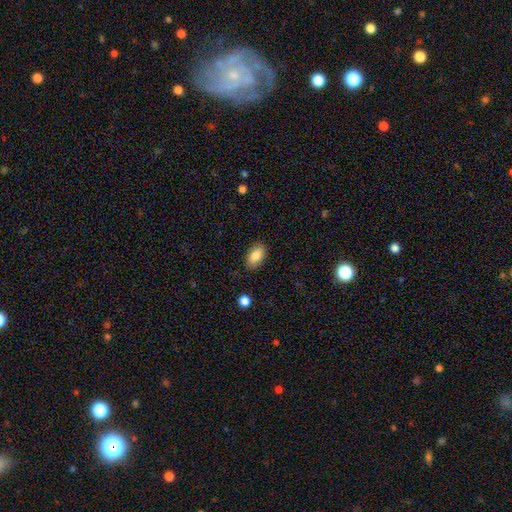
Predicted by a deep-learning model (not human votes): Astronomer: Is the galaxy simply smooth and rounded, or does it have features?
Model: smooth — 85%.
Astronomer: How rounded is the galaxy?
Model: in between — 93%.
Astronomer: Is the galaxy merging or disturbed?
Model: none — 85%.